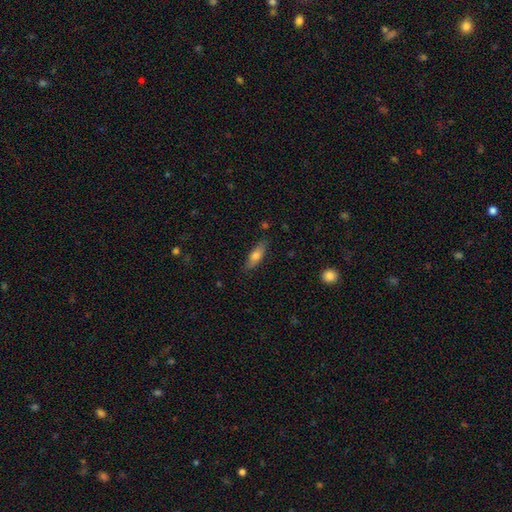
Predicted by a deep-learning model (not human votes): smooth-or-featured: smooth: 71% | featured or disk: 23% | star or artifact: 7%
  how-rounded: in between: 60% | cigar-shaped: 37% | round: 3%
  merging: none: 81% | minor disturbance: 14% | major disturbance: 3% | merger: 2%